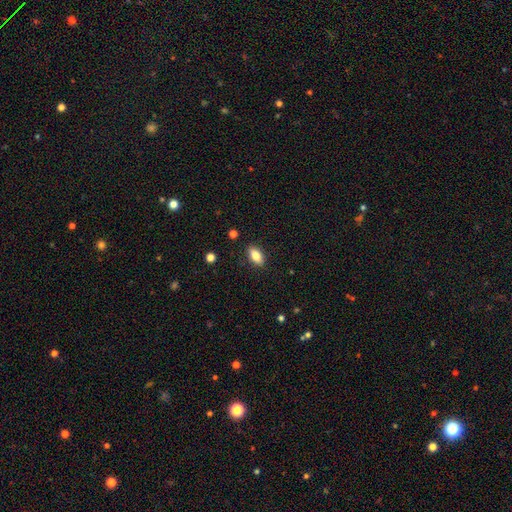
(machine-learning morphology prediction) A smooth galaxy with no disk features (79%) that is in between round and cigar-shaped (88%).

Vote fractions:
- Smooth or featured? smooth: 79% / featured or disk: 13% / star or artifact: 8%
- How rounded? in between: 88% / cigar-shaped: 7% / round: 4%
- Merging? none: 87% / minor disturbance: 9% / major disturbance: 2% / merger: 1%